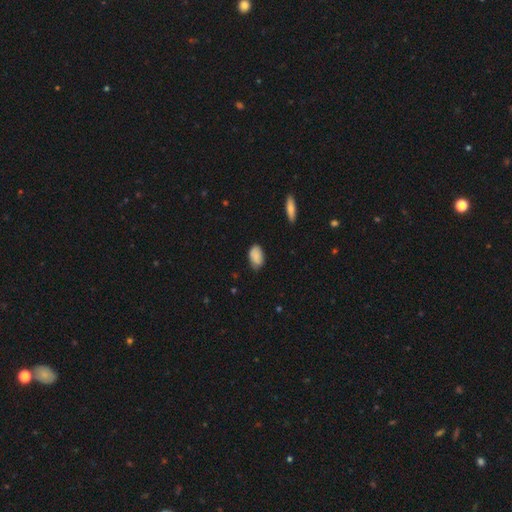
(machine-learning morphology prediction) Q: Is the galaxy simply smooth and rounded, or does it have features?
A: smooth — 87%.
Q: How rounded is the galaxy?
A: in between — 92%.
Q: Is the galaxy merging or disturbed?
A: none — 71%.